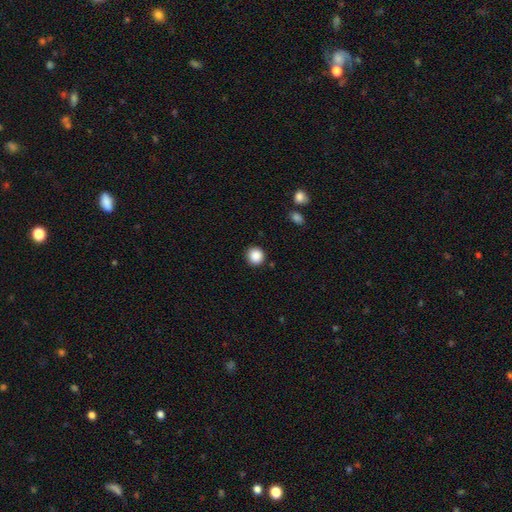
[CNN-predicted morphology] Smooth or featured? Predicted: smooth (p=0.88). How rounded? Predicted: round (p=0.93). Merging? Predicted: none (p=0.90).